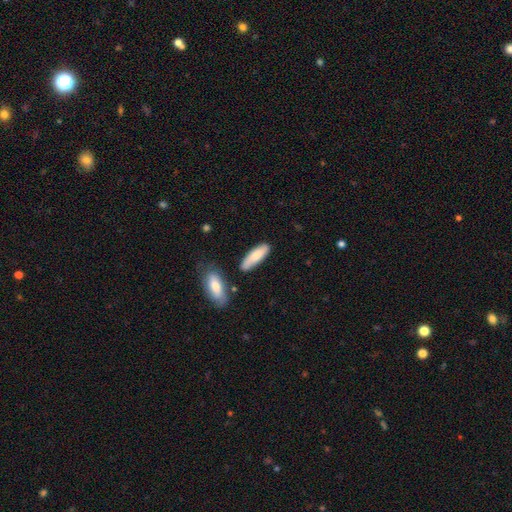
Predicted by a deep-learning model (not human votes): Smooth or featured? smooth (80%)
How rounded? cigar-shaped (49%, tied with in between)
Merging? none (75%)